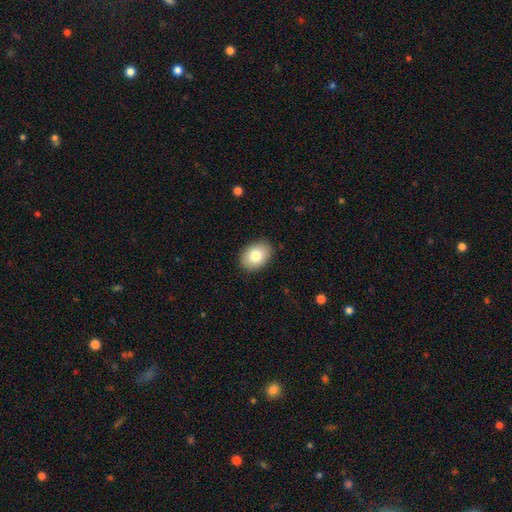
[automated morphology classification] A smooth galaxy with no disk features (81%) that is in between round and cigar-shaped (74%).

Vote fractions:
- Smooth or featured? smooth: 81% / featured or disk: 11% / star or artifact: 8%
- How rounded? in between: 74% / round: 25% / cigar-shaped: 1%
- Merging? none: 89% / minor disturbance: 8% / major disturbance: 2% / merger: 1%